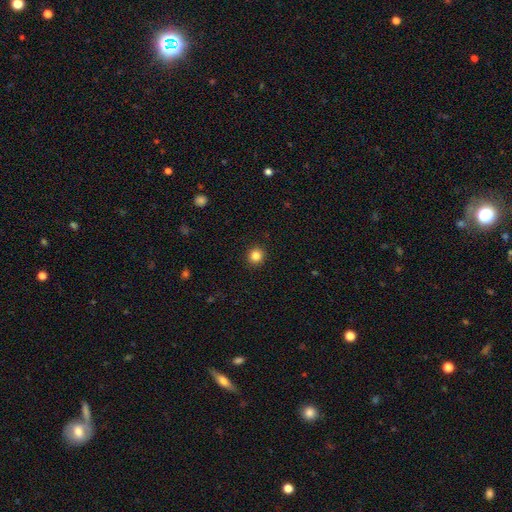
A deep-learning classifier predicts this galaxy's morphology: smooth_or_featured: smooth (p=0.84) [alt: star or artifact p=0.11]
how_rounded: round (p=0.92) [alt: in between p=0.07]
merging: none (p=0.92) [alt: minor disturbance p=0.05]